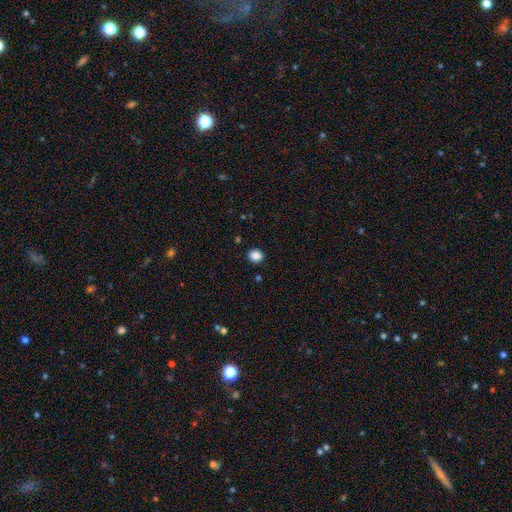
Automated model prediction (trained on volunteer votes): This is clearly a smooth galaxy (87%). How rounded: likely round (76%). Merging: clearly none (90%).